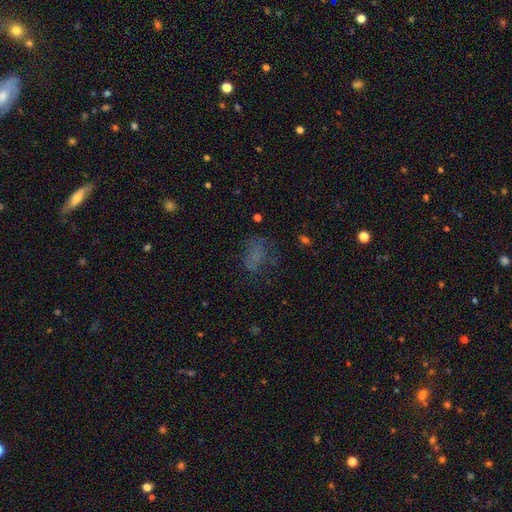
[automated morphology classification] Smooth or featured? smooth (52%)
How rounded? in between (73%)
Merging? none (48%)